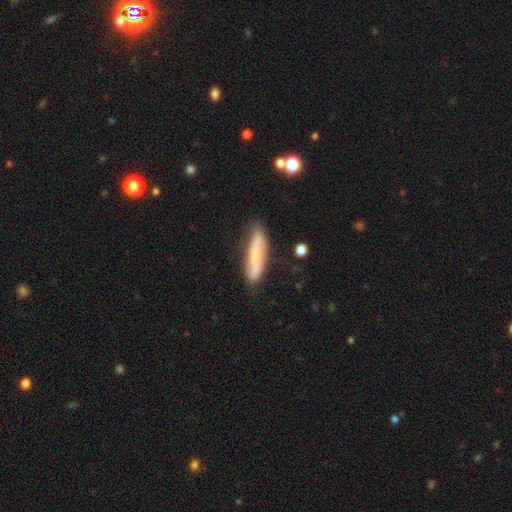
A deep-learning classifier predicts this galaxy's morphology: smooth_or_featured: smooth (p=0.55) [alt: featured or disk p=0.38]
how_rounded: cigar-shaped (p=0.73) [alt: in between p=0.25]
merging: none (p=0.80) [alt: minor disturbance p=0.14]